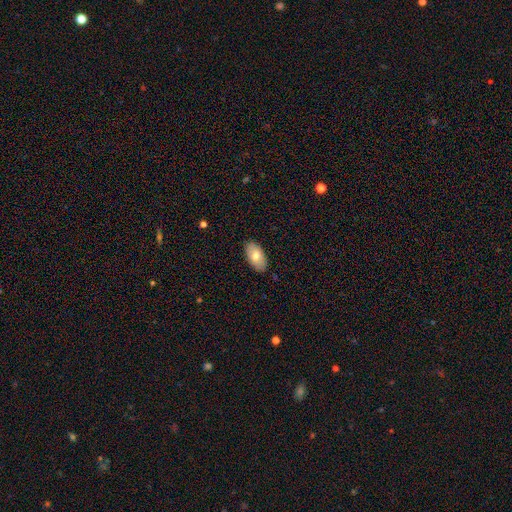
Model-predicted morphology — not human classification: type=smooth (75%); roundness=in between (95%); merging=none (87%).